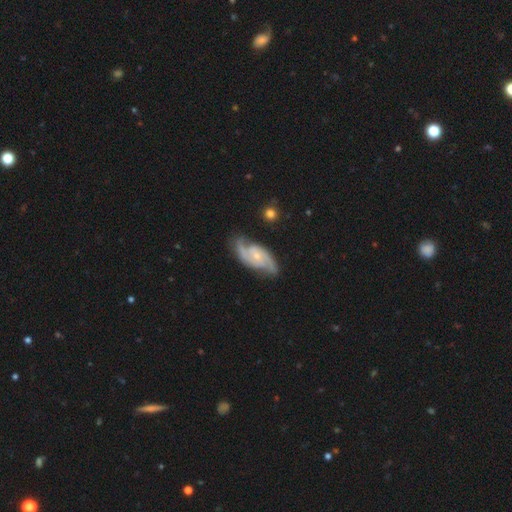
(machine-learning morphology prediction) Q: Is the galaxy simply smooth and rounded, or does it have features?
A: featured or disk — 88%.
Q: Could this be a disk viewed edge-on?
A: no — 96%.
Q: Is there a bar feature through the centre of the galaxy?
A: no — 56%.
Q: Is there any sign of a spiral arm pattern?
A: yes — 97%.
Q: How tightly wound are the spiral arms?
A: medium — 52%.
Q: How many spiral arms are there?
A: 2 — 86%.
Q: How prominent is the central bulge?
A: small — 66%.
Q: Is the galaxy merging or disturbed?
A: none — 76%.